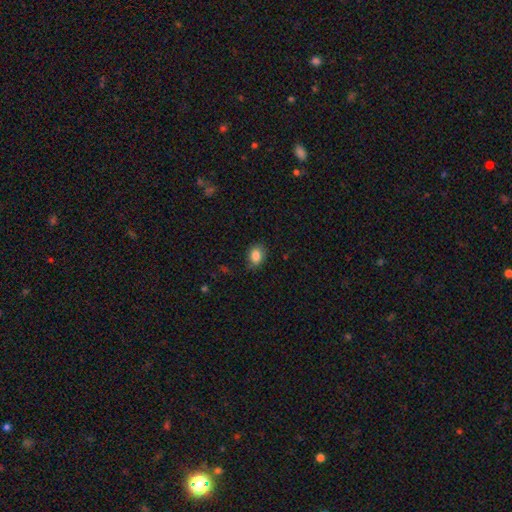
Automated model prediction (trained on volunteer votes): Smooth or featured?
  - smooth: 85% *
  - star or artifact: 8%
  - featured or disk: 7%
How rounded?
  - in between: 70% *
  - round: 28%
  - cigar-shaped: 1%
Merging?
  - none: 78% *
  - minor disturbance: 17%
  - major disturbance: 4%
  - merger: 1%